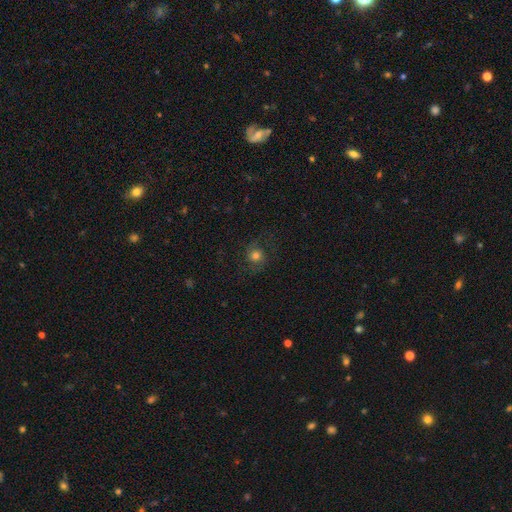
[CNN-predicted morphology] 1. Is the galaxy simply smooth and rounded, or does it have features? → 45% smooth, 42% featured or disk, 13% star or artifact.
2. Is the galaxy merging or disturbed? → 73% none, 14% minor disturbance, 12% major disturbance, 1% merger.